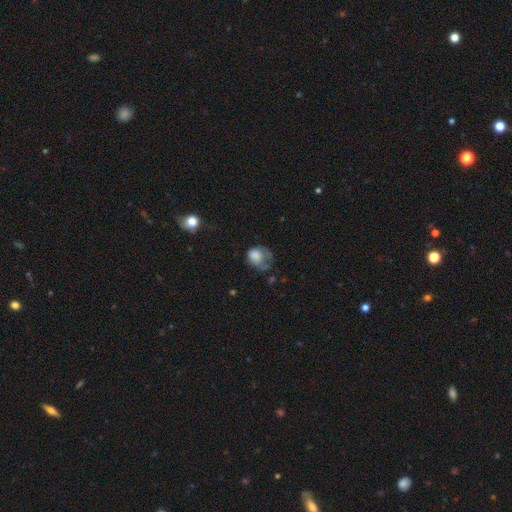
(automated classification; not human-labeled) Morphology: type=smooth (72%); roundness=round (55%); merging=major disturbance (41%).